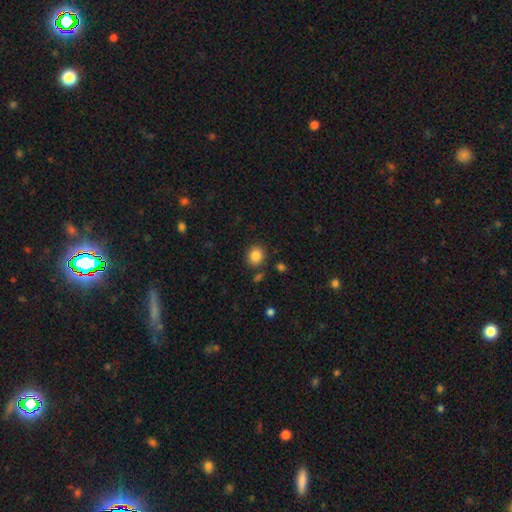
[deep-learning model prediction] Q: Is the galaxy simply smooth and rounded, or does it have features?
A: smooth — 85%.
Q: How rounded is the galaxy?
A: round — 78%.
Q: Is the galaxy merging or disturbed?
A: none — 85%.